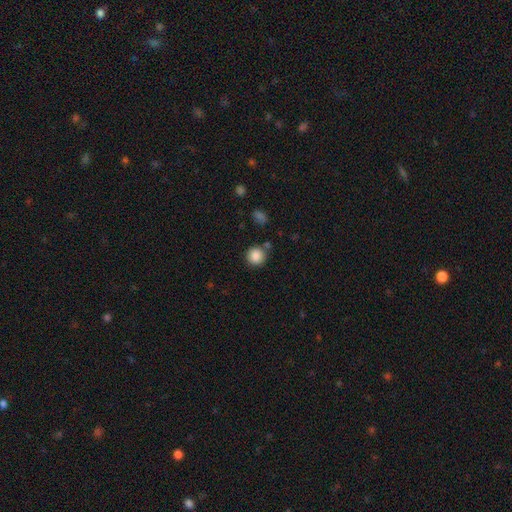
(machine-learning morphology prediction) Overall: smooth (87%). How rounded: round (92%). Merging: none (80%).